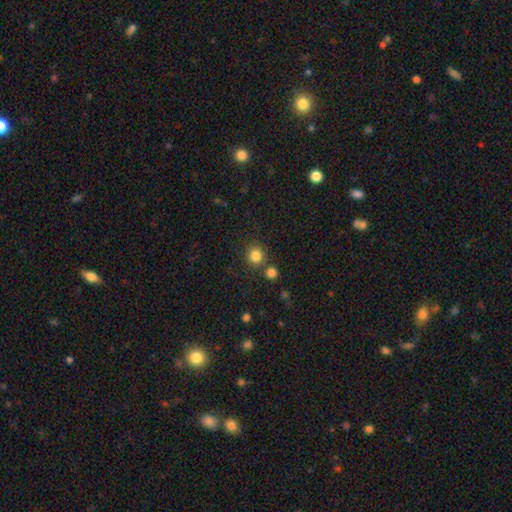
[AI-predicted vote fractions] Smooth or featured? smooth (83%)
How rounded? round (90%)
Merging? none (78%)